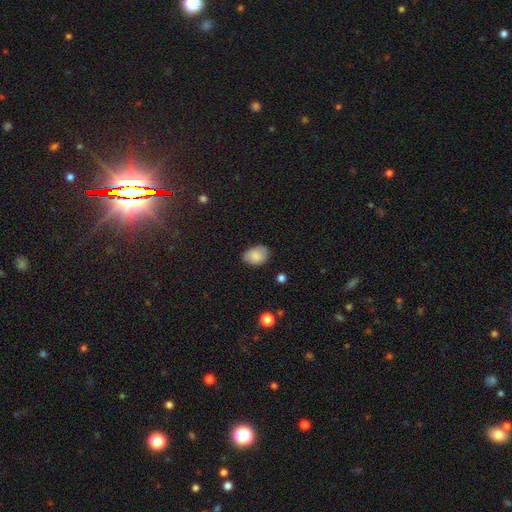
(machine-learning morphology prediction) This is clearly a smooth galaxy (86%). How rounded: likely in between (80%). Merging: likely none (75%).